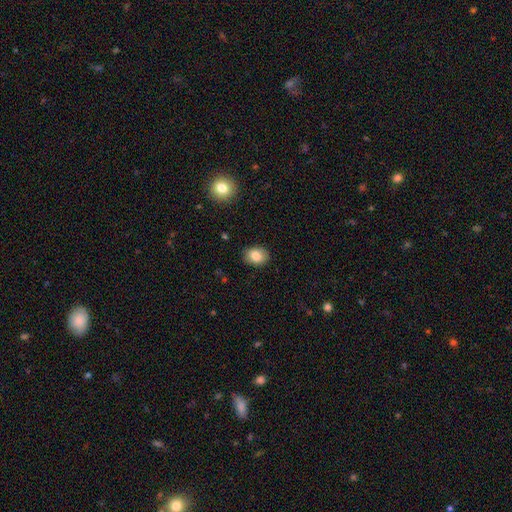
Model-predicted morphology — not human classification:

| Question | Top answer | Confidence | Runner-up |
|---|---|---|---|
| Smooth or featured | smooth | 84% | star or artifact (8%) |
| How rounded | in between | 61% | round (39%) |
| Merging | none | 88% | minor disturbance (9%) |